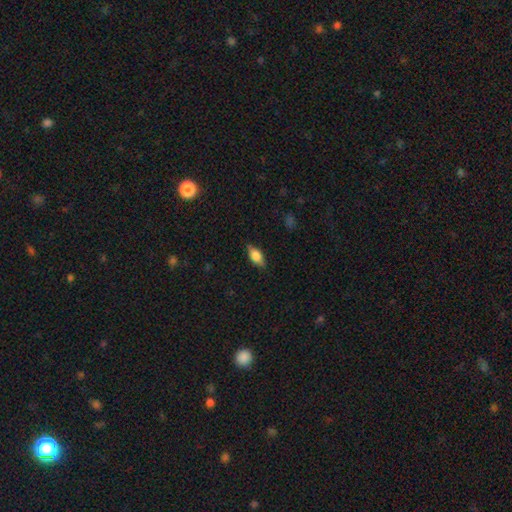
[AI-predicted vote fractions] Smooth or featured?
  - smooth: 72% *
  - featured or disk: 21%
  - star or artifact: 8%
How rounded?
  - in between: 83% *
  - cigar-shaped: 13%
  - round: 4%
Merging?
  - none: 83% *
  - minor disturbance: 13%
  - major disturbance: 3%
  - merger: 1%